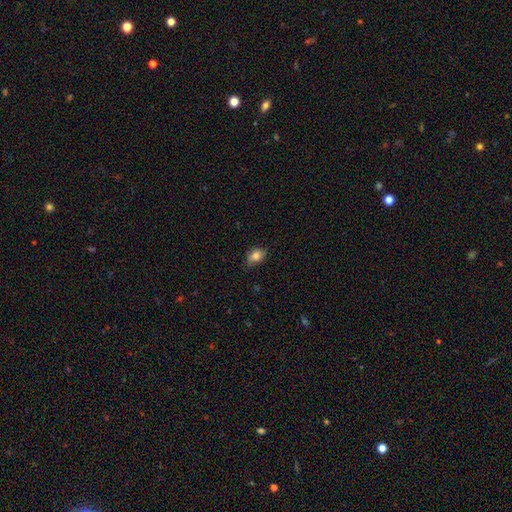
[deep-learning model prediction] smooth-or-featured: smooth: 80% | featured or disk: 11% | star or artifact: 8%
  how-rounded: in between: 83% | round: 15% | cigar-shaped: 2%
  merging: none: 71% | minor disturbance: 24% | major disturbance: 4% | merger: 1%